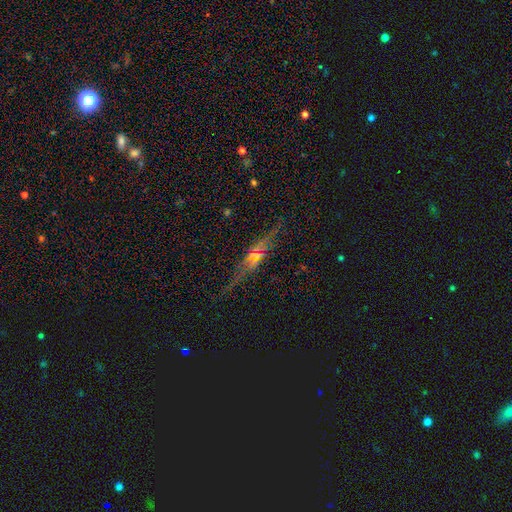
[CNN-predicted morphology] Q: Smooth or featured?
A: featured or disk (60%); runner-up: star or artifact (20%)
Q: Edge-on disk?
A: yes (88%); runner-up: no (12%)
Q: Edge-on bulge?
A: rounded (62%); runner-up: boxy (21%)
Q: Merging?
A: none (83%); runner-up: minor disturbance (11%)